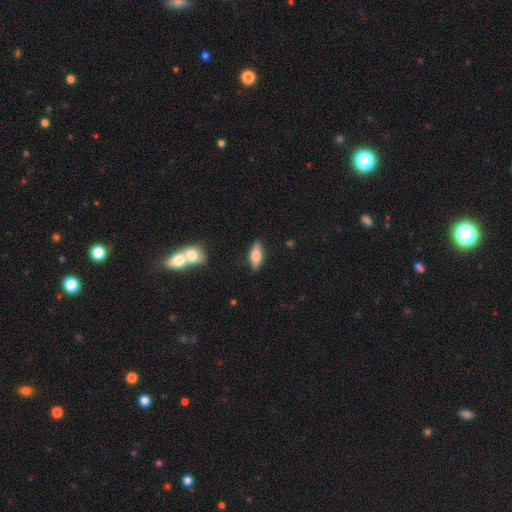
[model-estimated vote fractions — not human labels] This is likely a smooth galaxy (71%). How rounded: likely in between (74%). Merging: clearly none (85%).